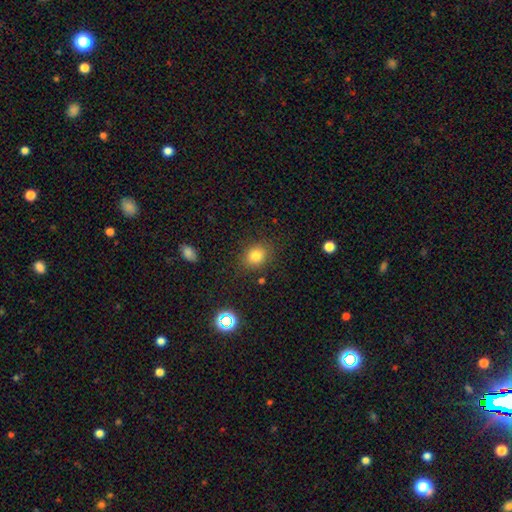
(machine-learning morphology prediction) Smooth or featured? Predicted: smooth (p=0.79). How rounded? Predicted: round (p=0.60). Merging? Predicted: none (p=0.83).